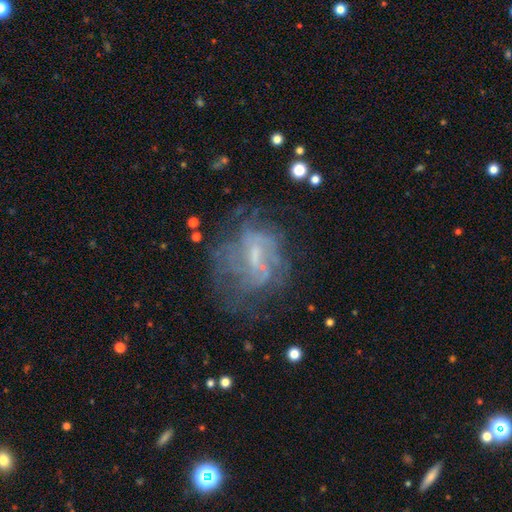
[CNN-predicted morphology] A featured or disk galaxy (71%) with a weak bar (50%), spiral arms (58%) and a small central bulge (49%). Merging: none (50%).